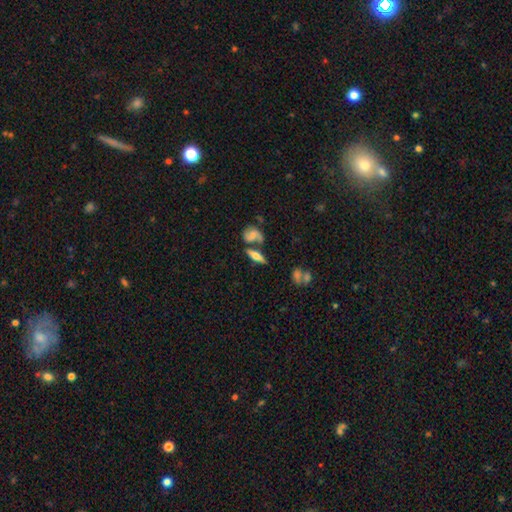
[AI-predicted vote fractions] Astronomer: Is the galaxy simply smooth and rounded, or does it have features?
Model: featured or disk — 49% (runner-up: smooth, 43%).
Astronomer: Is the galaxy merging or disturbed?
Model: none — 61%.